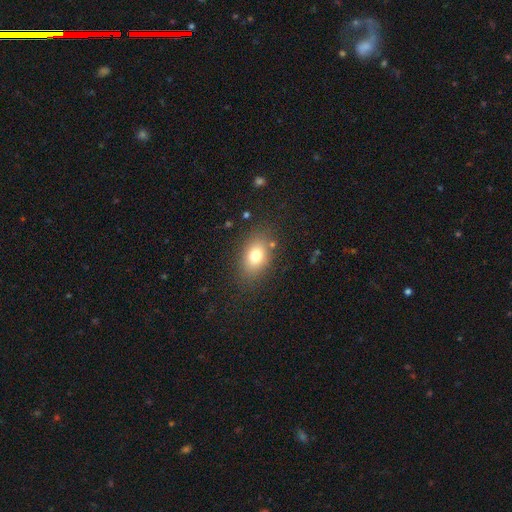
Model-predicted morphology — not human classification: A smooth galaxy with no disk features (77%) that is in between round and cigar-shaped (78%).

Vote fractions:
- Smooth or featured? smooth: 77% / featured or disk: 12% / star or artifact: 11%
- How rounded? in between: 78% / round: 20% / cigar-shaped: 2%
- Merging? none: 81% / minor disturbance: 12% / major disturbance: 4% / merger: 3%